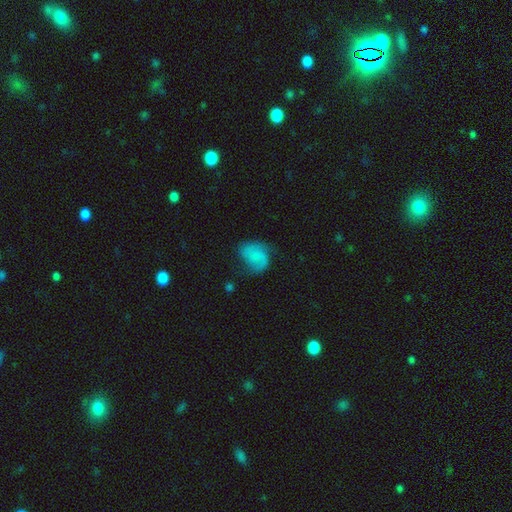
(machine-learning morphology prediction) A featured or disk galaxy (52%) with no bar (67%), spiral arms (89%) and no central bulge (45%). Merging: none (53%).